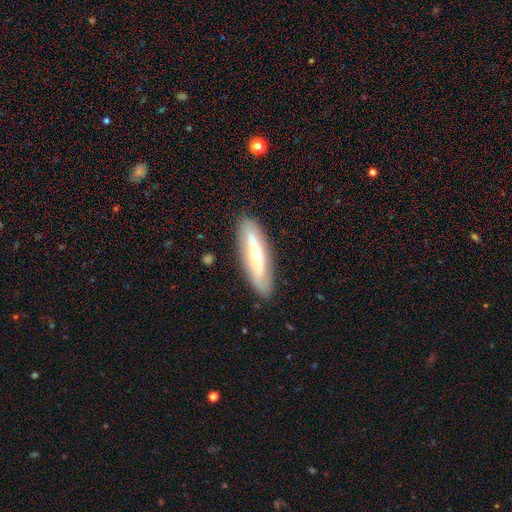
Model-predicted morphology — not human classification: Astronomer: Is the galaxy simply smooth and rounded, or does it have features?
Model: featured or disk — 59% (runner-up: smooth, 35%).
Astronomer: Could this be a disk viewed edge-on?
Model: no — 64%.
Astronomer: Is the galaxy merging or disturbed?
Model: none — 85%.